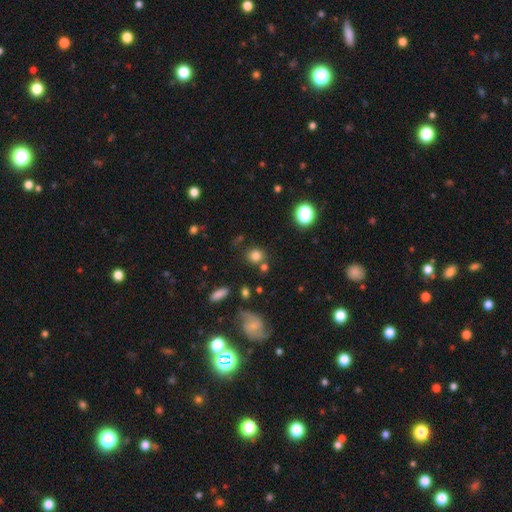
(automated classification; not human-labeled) Smooth or featured? Predicted: smooth (p=0.79). How rounded? Predicted: round (p=0.78). Merging? Predicted: none (p=0.74).